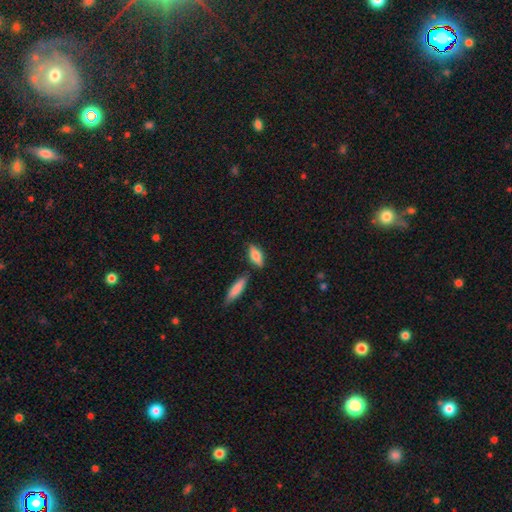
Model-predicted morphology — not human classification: This appears to be a smooth galaxy with no disk features (69%) that is in between round and cigar-shaped (63%). Merging: none (73%).